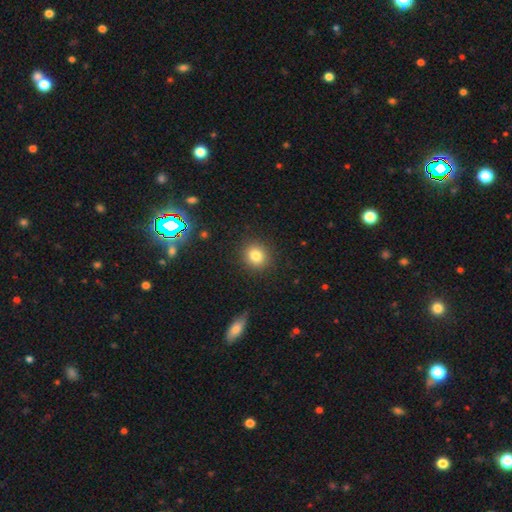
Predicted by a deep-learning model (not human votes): Morphology: type=smooth (82%); roundness=round (83%); merging=none (90%).